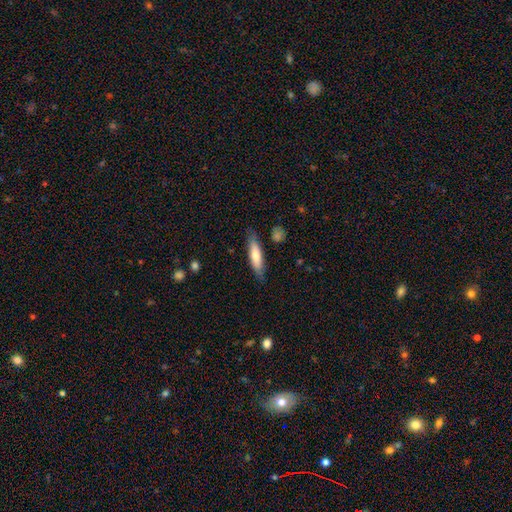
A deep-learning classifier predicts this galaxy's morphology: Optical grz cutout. It shows a smooth galaxy with no disk features (68%) that is cigar-shaped (71%). Merging: none (79%).